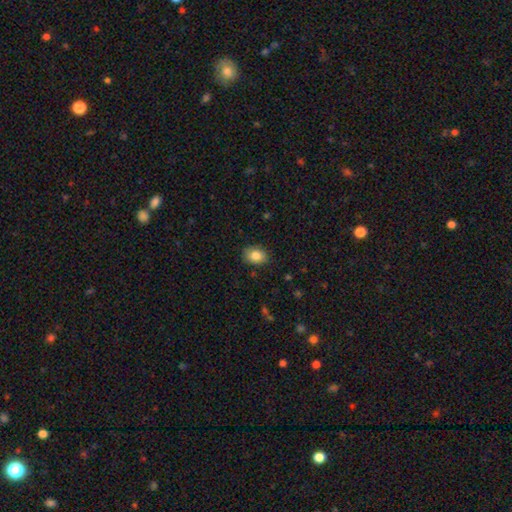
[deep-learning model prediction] smooth-or-featured: smooth: 84% | star or artifact: 8% | featured or disk: 7%
  how-rounded: in between: 69% | round: 30% | cigar-shaped: 1%
  merging: none: 85% | minor disturbance: 12% | major disturbance: 2% | merger: 1%